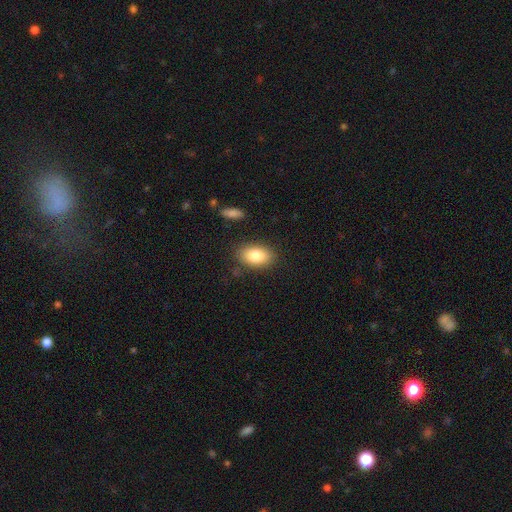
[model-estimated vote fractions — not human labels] Smooth or featured? smooth (83%)
How rounded? in between (90%)
Merging? none (83%)